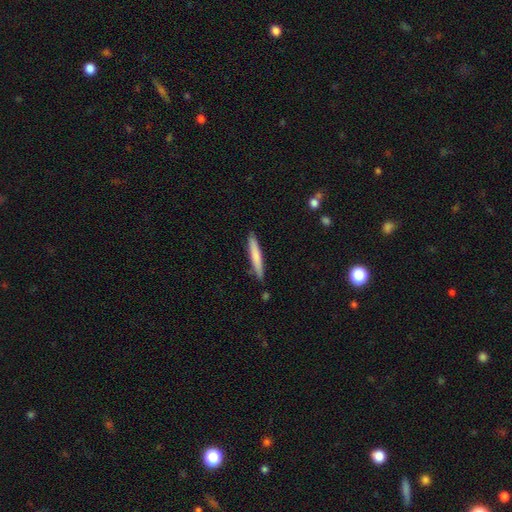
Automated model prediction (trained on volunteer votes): smooth_or_featured: smooth (p=0.70) [alt: featured or disk p=0.25]
how_rounded: cigar-shaped (p=0.95) [alt: in between p=0.04]
merging: none (p=0.86) [alt: minor disturbance p=0.10]